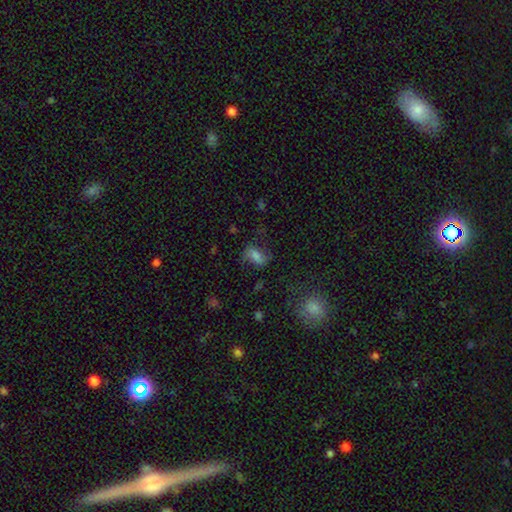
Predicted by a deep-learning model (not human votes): The model was most divided on "smooth or featured": smooth: 58%, featured or disk: 28%, star or artifact: 14%. More confident: how rounded — in between (80%); merging — none (58%).